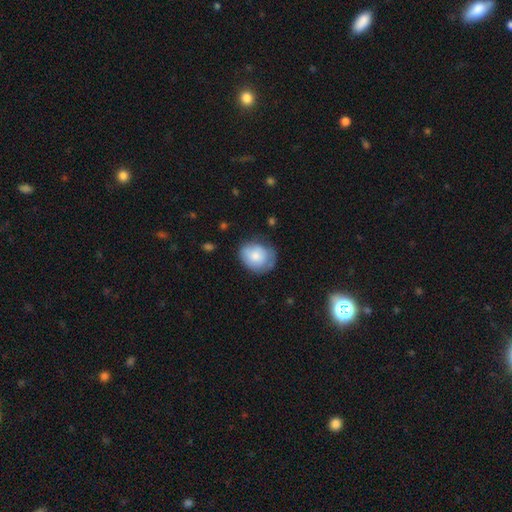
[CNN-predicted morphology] Q: Smooth or featured?
A: smooth (76%); runner-up: featured or disk (17%)
Q: How rounded?
A: round (62%); runner-up: in between (37%)
Q: Merging?
A: none (62%); runner-up: minor disturbance (27%)